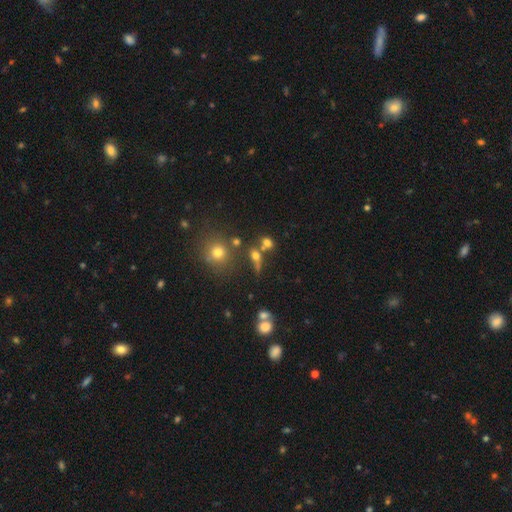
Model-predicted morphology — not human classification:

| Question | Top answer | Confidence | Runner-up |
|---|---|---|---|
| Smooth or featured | smooth | 56% | featured or disk (24%) |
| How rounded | round | 46% | in between (37%) |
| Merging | none | 49% | merger (30%) |